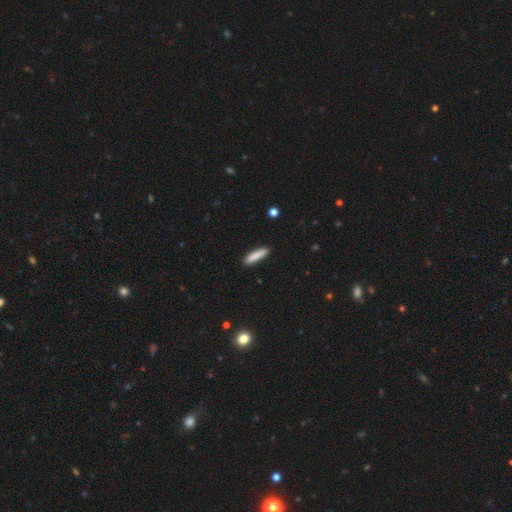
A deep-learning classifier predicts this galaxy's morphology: Smooth or featured? Predicted: smooth (p=0.86). How rounded? Predicted: cigar-shaped (p=0.82). Merging? Predicted: none (p=0.89).